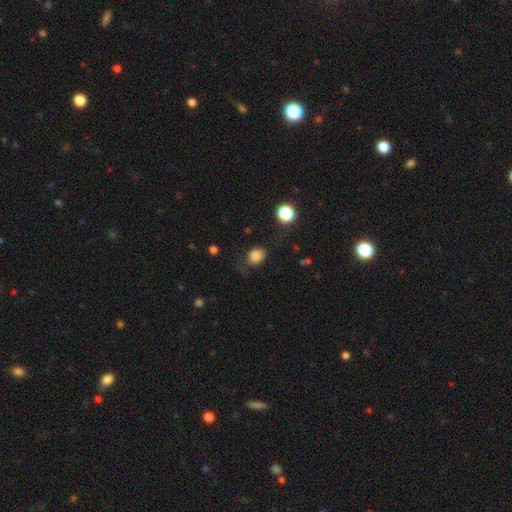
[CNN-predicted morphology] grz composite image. It shows a smooth galaxy with no disk features (81%) that is round (55%). Merging: none (63%).